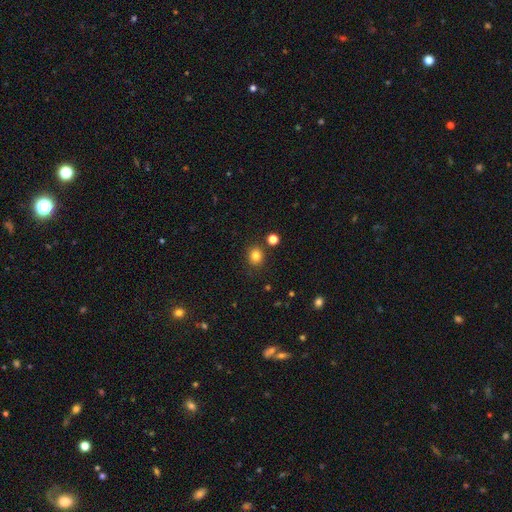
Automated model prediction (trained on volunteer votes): smooth 82%, star or artifact 13%, featured or disk 5%. Down the decision tree: how rounded — round (79%); merging — none (84%).